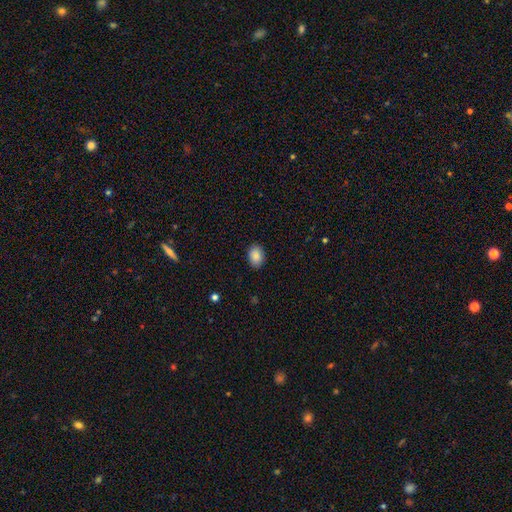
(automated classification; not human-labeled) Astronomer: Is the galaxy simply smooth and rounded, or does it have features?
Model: smooth — 89%.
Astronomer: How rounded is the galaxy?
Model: in between — 77%.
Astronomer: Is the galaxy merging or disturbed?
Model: none — 88%.